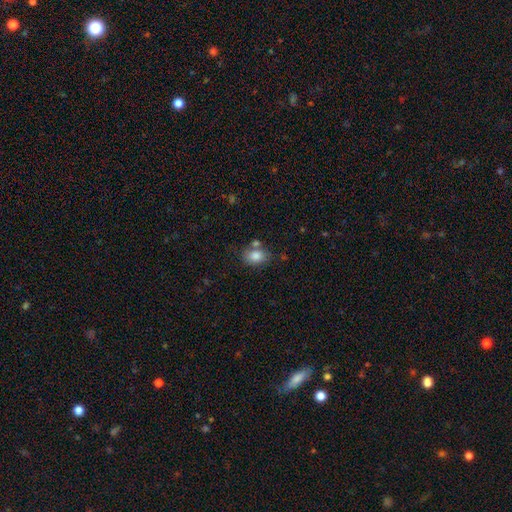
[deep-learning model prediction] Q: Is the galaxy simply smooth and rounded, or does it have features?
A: smooth — 83%.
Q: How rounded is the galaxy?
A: in between — 72%.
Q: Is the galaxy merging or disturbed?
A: none — 62%.